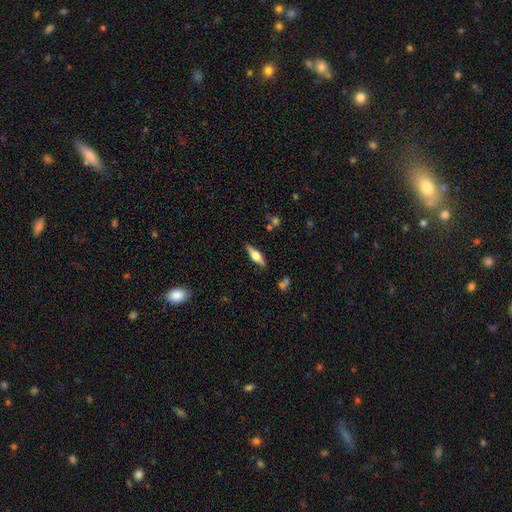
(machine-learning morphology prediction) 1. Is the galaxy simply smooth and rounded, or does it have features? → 58% featured or disk, 35% smooth, 7% star or artifact.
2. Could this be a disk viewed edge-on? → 95% yes, 5% no.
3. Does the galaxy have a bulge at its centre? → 89% rounded, 9% boxy, 2% none.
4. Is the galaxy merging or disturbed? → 85% none, 10% minor disturbance, 2% major disturbance, 2% merger.